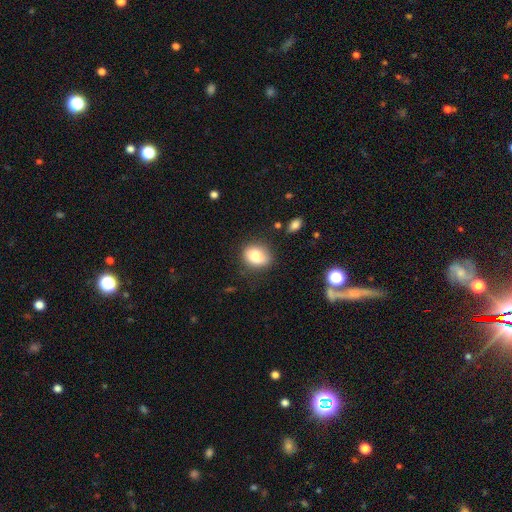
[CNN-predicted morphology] The model was most divided on "how rounded": in between: 53%, round: 46%, cigar-shaped: 1%. More confident: smooth or featured — smooth (81%); merging — none (70%).